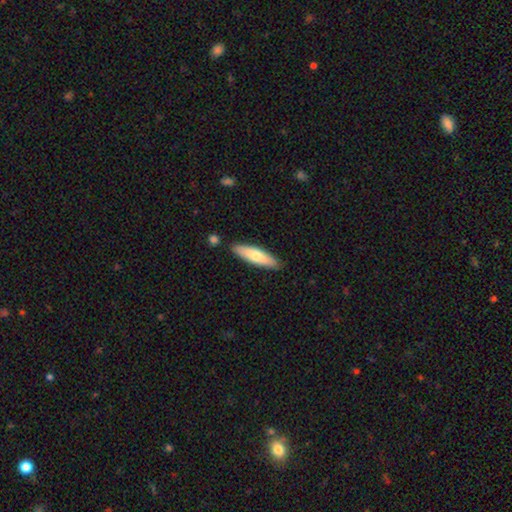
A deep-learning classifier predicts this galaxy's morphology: smooth_or_featured: smooth (p=0.67) [alt: featured or disk p=0.28]
how_rounded: cigar-shaped (p=0.67) [alt: in between p=0.31]
merging: none (p=0.86) [alt: minor disturbance p=0.09]